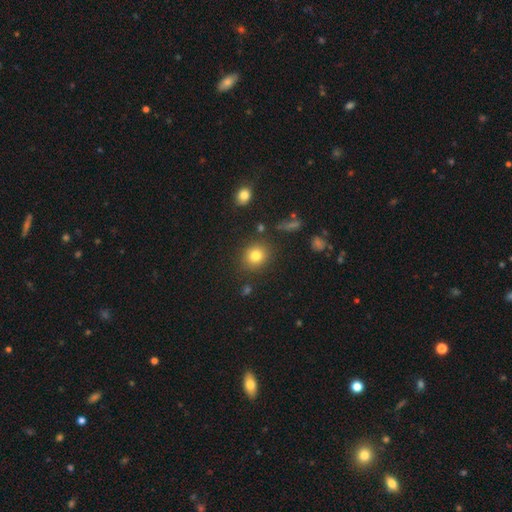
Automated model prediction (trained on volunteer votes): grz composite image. It shows a smooth galaxy with no disk features (80%) that is round (78%). Merging: none (85%).